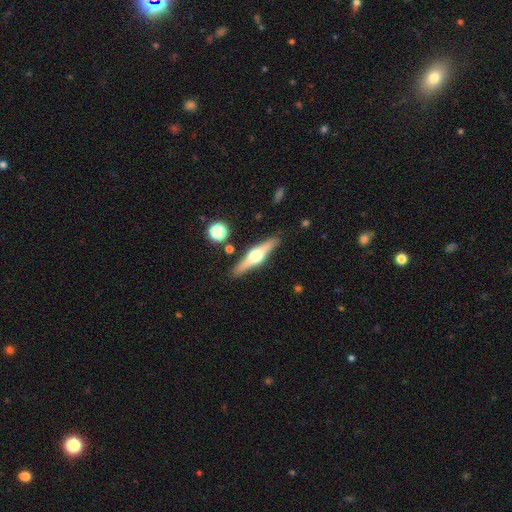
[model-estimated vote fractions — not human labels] The model was most divided on "smooth or featured": featured or disk: 69%, smooth: 25%, star or artifact: 6%. More confident: edge-on disk — yes (96%); edge-on bulge — rounded (95%); merging — none (88%).